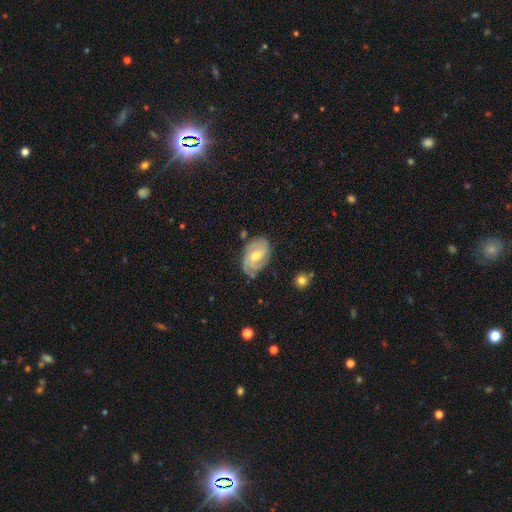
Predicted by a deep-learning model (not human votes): featured or disk 76%, smooth 17%, star or artifact 7%. Down the decision tree: edge-on disk — no (96%); bar — weak (52%); spiral arms — yes (92%); spiral arm count — 2 (41%); spiral winding — tight (48%); bulge size — moderate (62%); merging — none (71%).